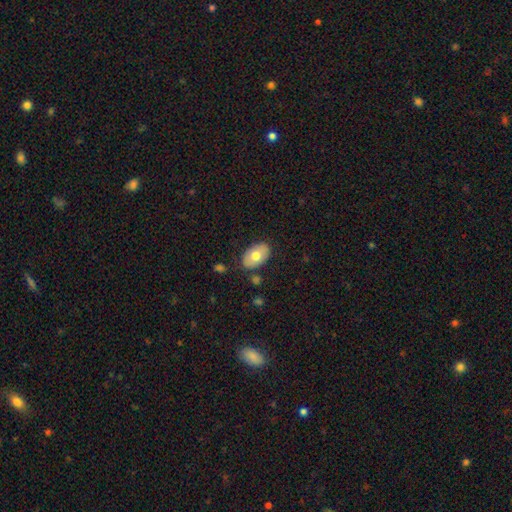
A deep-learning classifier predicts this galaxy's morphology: smooth-or-featured: smooth: 69% | featured or disk: 25% | star or artifact: 6%
  how-rounded: in between: 91% | round: 8% | cigar-shaped: 1%
  merging: none: 81% | minor disturbance: 13% | major disturbance: 3% | merger: 2%